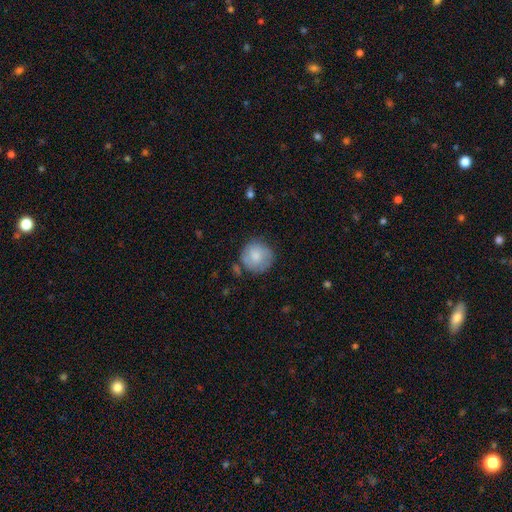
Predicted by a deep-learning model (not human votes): Q: Smooth or featured?
A: smooth (71%); runner-up: featured or disk (22%)
Q: How rounded?
A: round (92%); runner-up: in between (7%)
Q: Merging?
A: none (75%); runner-up: minor disturbance (17%)